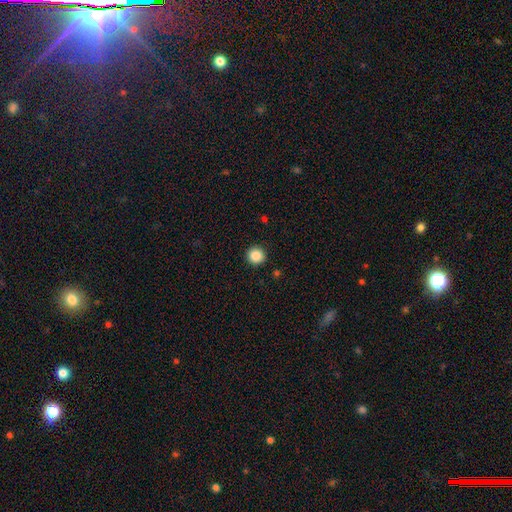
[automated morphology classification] A smooth galaxy with no disk features (87%) that is round (94%). Merging: none (92%).